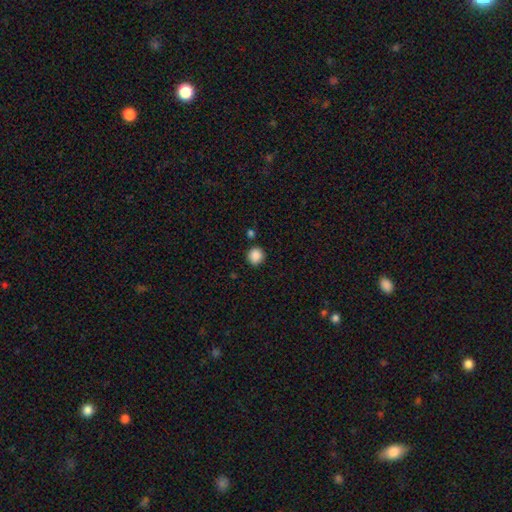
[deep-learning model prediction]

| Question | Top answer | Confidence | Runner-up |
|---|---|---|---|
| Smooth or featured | smooth | 88% | star or artifact (9%) |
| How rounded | round | 91% | in between (8%) |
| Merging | none | 86% | minor disturbance (8%) |